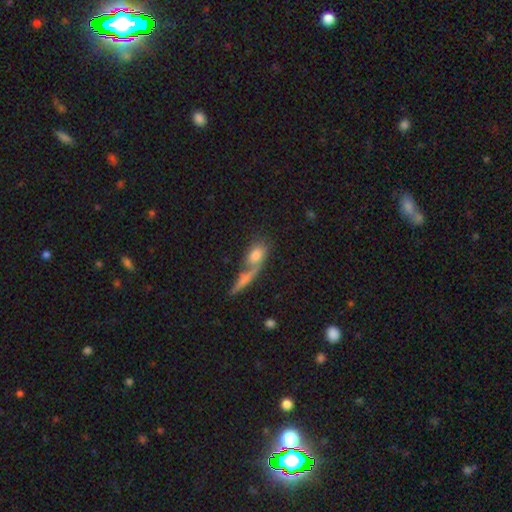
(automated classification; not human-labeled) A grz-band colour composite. It shows a smooth galaxy with no disk features (70%) that is in between round and cigar-shaped (62%). Merging: none (42%).